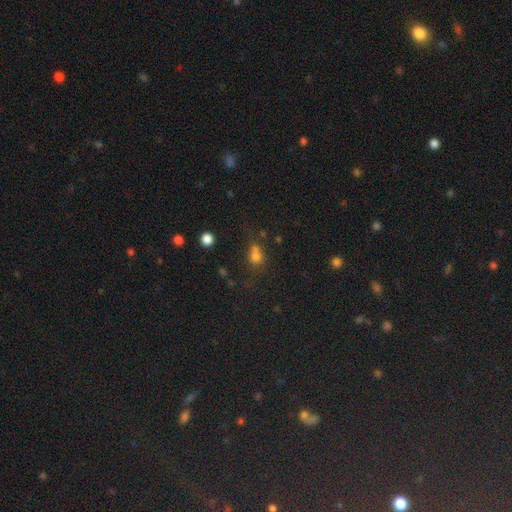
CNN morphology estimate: This appears to be a smooth galaxy with no disk features (68%) that is round (70%). Merging: none (41%).